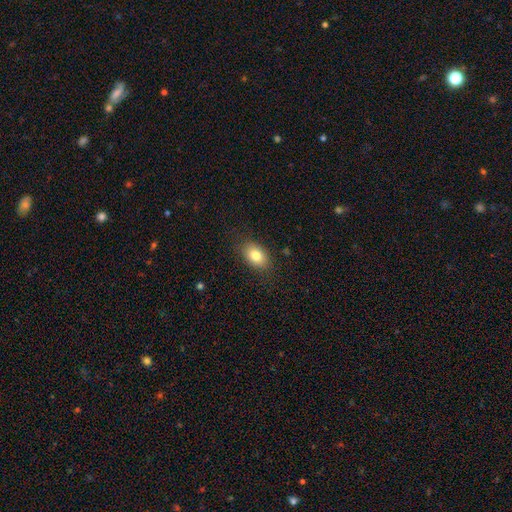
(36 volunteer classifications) A smooth galaxy with no disk features (69%) that is in between round and cigar-shaped (84%). Merging: none (82%).